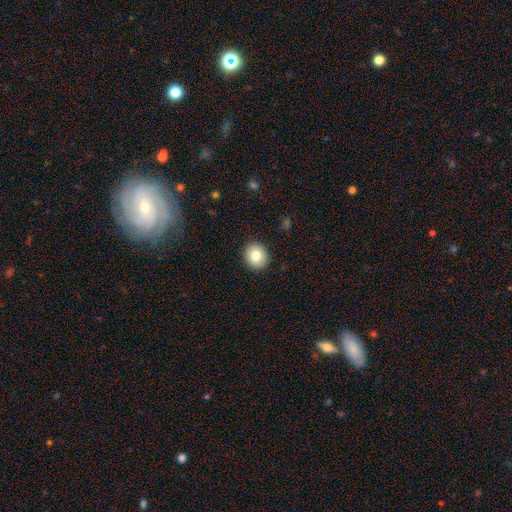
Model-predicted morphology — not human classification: A smooth galaxy with no disk features (80%) that is round (81%).

Vote fractions:
- Smooth or featured? smooth: 80% / featured or disk: 11% / star or artifact: 9%
- How rounded? round: 81% / in between: 18% / cigar-shaped: 1%
- Merging? none: 91% / minor disturbance: 6% / major disturbance: 2% / merger: 1%